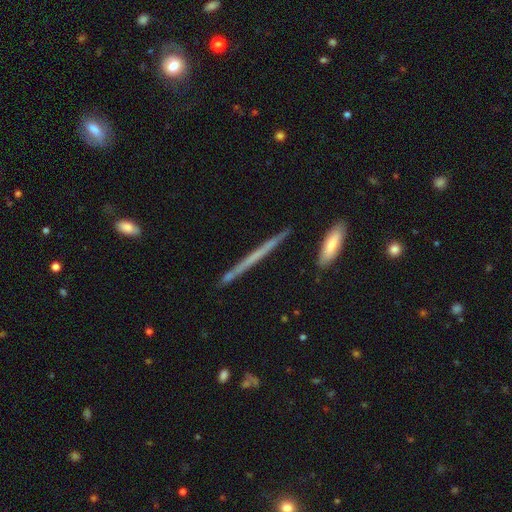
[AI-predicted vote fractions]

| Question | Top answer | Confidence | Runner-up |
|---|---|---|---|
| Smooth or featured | featured or disk | 55% | smooth (38%) |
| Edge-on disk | yes | 97% | no (3%) |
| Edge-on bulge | none | 89% | rounded (7%) |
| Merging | none | 88% | minor disturbance (8%) |